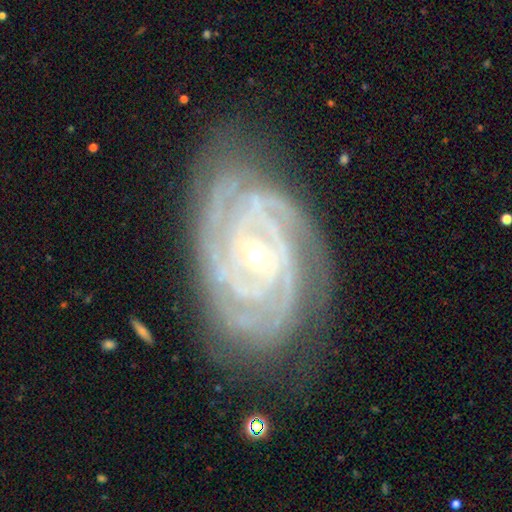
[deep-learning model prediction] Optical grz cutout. It shows a featured or disk galaxy (92%) with no bar (65%), 3 (28%) tight (81%) spiral arms (98%) and a small central bulge (77%). Merging: none (76%).